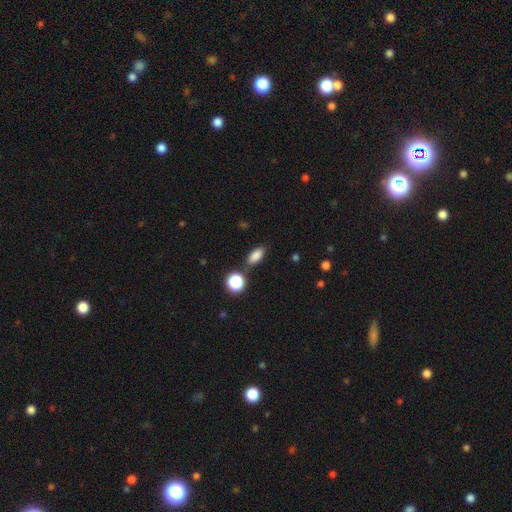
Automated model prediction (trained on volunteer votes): A smooth galaxy with no disk features (83%) that is in between round and cigar-shaped (82%).

Vote fractions:
- Smooth or featured? smooth: 83% / star or artifact: 11% / featured or disk: 6%
- How rounded? in between: 82% / cigar-shaped: 10% / round: 9%
- Merging? none: 75% / minor disturbance: 14% / merger: 7% / major disturbance: 4%